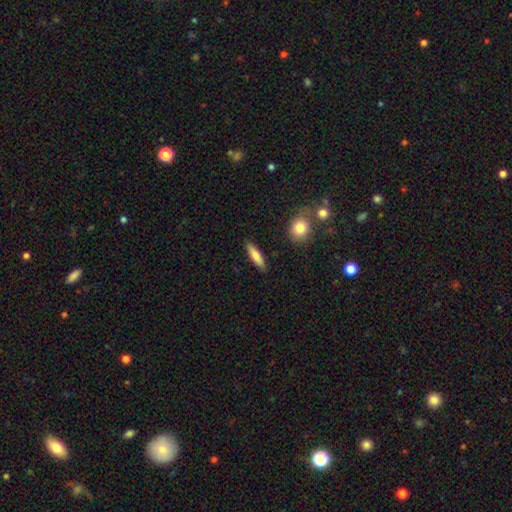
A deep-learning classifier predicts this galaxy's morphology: smooth-or-featured: smooth: 80% | featured or disk: 14% | star or artifact: 6%
  how-rounded: cigar-shaped: 71% | in between: 27% | round: 2%
  merging: none: 88% | minor disturbance: 8% | merger: 2% | major disturbance: 2%